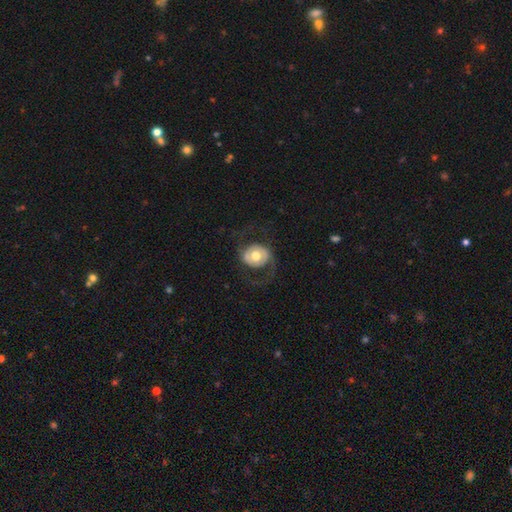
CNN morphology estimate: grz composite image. It shows a featured or disk galaxy (63%) with no bar (68%), spiral arms (66%) and a moderate central bulge (67%). Merging: none (68%).